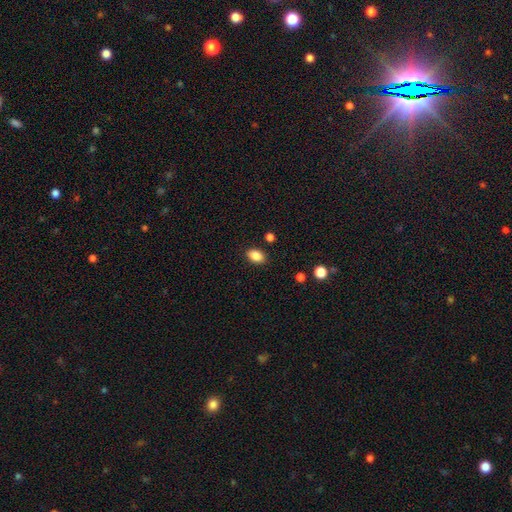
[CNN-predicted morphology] Q: Smooth or featured?
A: smooth (87%); runner-up: star or artifact (9%)
Q: How rounded?
A: in between (84%); runner-up: round (14%)
Q: Merging?
A: none (87%); runner-up: minor disturbance (9%)